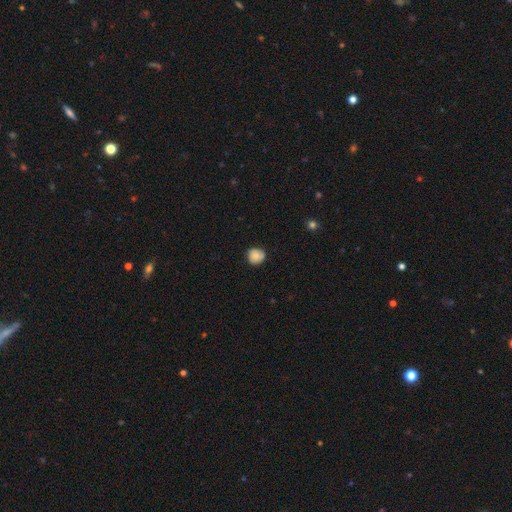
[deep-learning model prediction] Smooth or featured: smooth — 82% (featured or disk — 10%)
How rounded: round — 87% (in between — 12%)
Merging: none — 79% (minor disturbance — 17%)